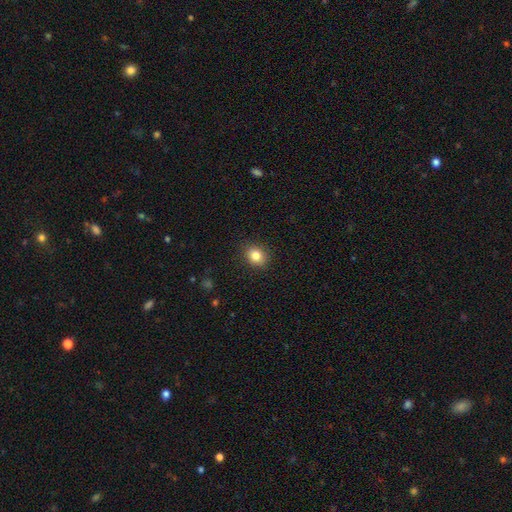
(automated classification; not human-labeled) Smooth or featured? Predicted: smooth (p=0.84). How rounded? Predicted: round (p=0.57). Merging? Predicted: none (p=0.88).